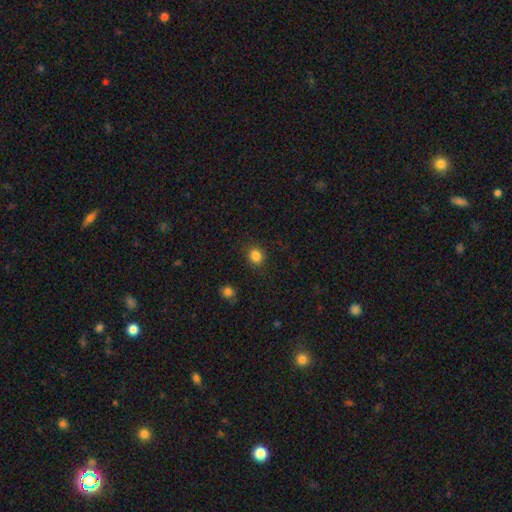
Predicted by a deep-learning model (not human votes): This appears to be a smooth galaxy with no disk features (84%) that is round (77%). Merging: none (86%).